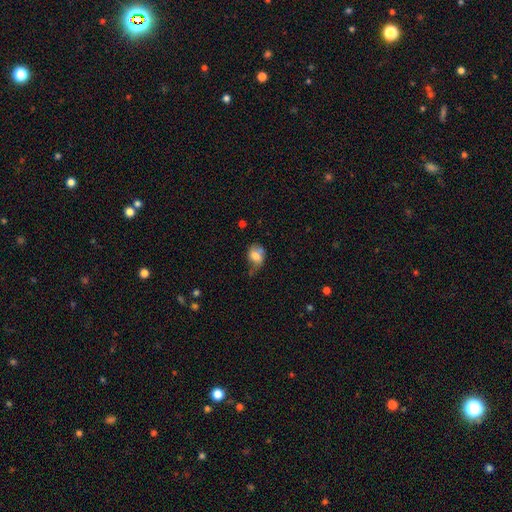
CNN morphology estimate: Smooth or featured: smooth — 70% (featured or disk — 21%)
How rounded: in between — 67% (round — 32%)
Merging: minor disturbance — 37% (none — 33%)